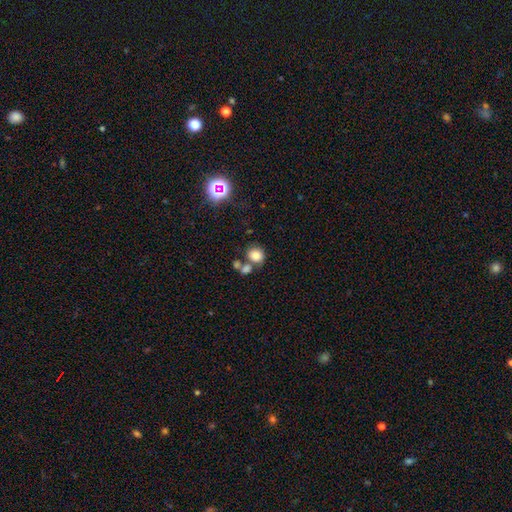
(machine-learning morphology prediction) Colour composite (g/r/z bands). It shows a smooth galaxy with no disk features (80%) that is round (75%). Merging: none (54%).